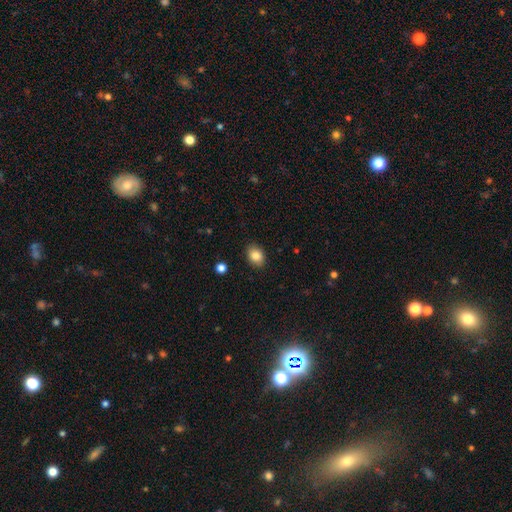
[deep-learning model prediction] Morphology: type=smooth (85%); roundness=in between (71%); merging=none (88%).